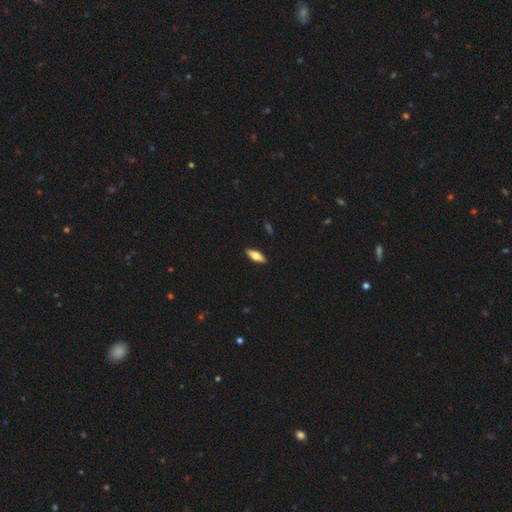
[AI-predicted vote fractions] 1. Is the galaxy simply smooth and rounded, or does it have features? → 58% smooth, 36% featured or disk, 6% star or artifact.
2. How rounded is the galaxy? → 64% in between, 34% cigar-shaped, 3% round.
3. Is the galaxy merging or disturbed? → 90% none, 7% minor disturbance, 2% major disturbance, 1% merger.